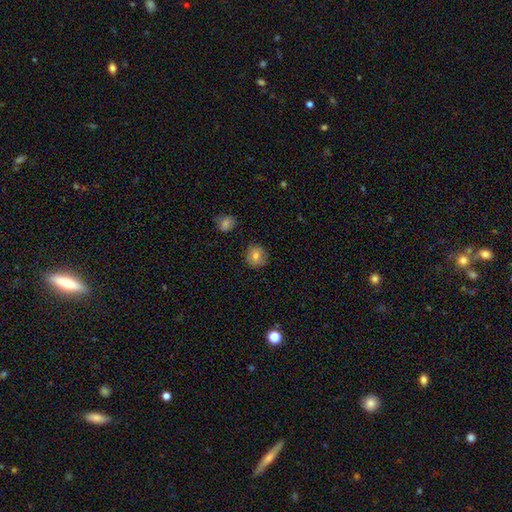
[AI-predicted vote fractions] Morphology: type=smooth (76%); roundness=round (90%); merging=none (85%).